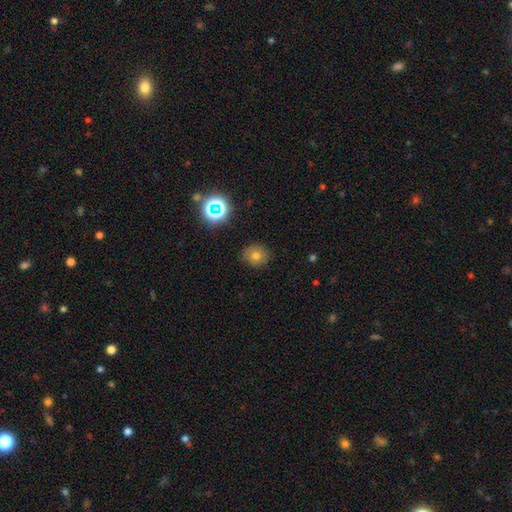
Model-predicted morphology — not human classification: Smooth or featured: smooth — 69% (star or artifact — 18%)
How rounded: round — 84% (in between — 15%)
Merging: none — 85% (minor disturbance — 11%)